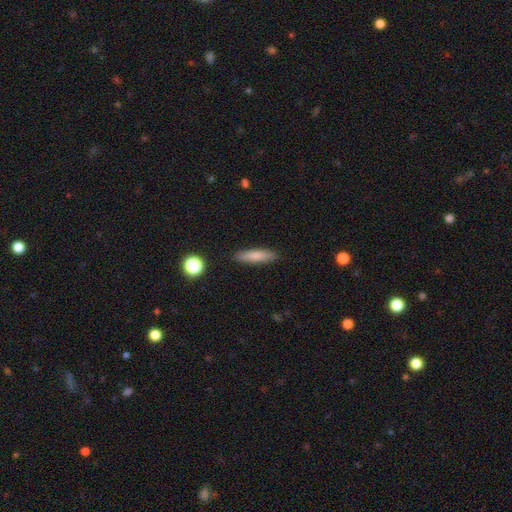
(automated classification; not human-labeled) smooth_or_featured: smooth (p=0.79) [alt: featured or disk p=0.14]
how_rounded: cigar-shaped (p=0.81) [alt: in between p=0.17]
merging: none (p=0.89) [alt: minor disturbance p=0.07]